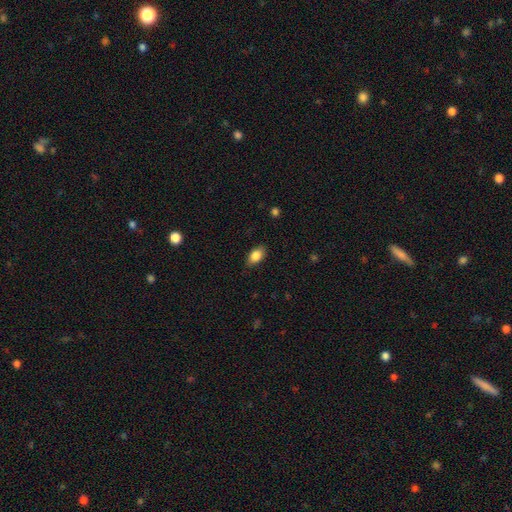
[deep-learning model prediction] Smooth or featured? Predicted: smooth (p=0.85). How rounded? Predicted: in between (p=0.88). Merging? Predicted: none (p=0.83).